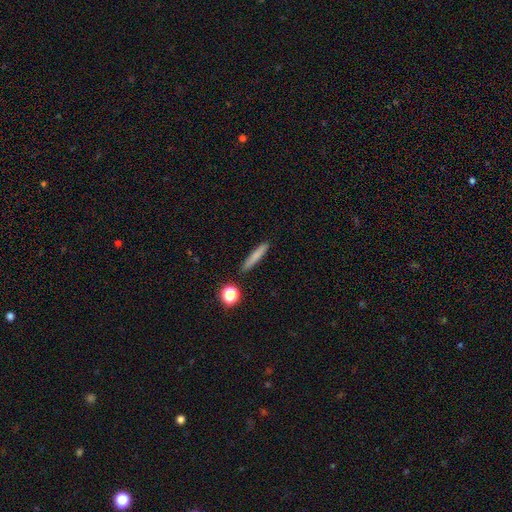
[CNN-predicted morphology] smooth_or_featured: smooth (p=0.76) [alt: featured or disk p=0.15]
how_rounded: cigar-shaped (p=0.91) [alt: in between p=0.06]
merging: none (p=0.88) [alt: minor disturbance p=0.08]